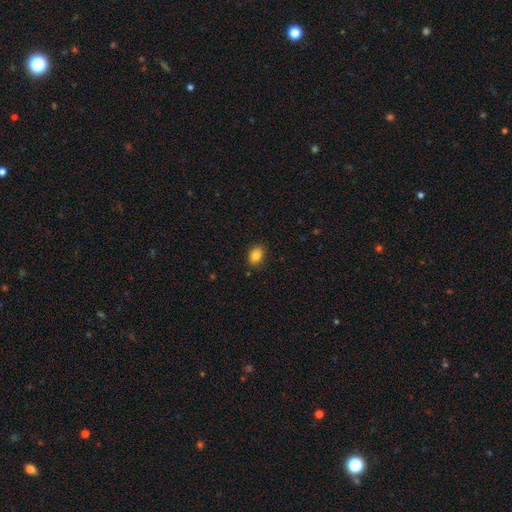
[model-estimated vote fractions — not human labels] A smooth galaxy with no disk features (85%) that is in between round and cigar-shaped (77%). Merging: none (85%).